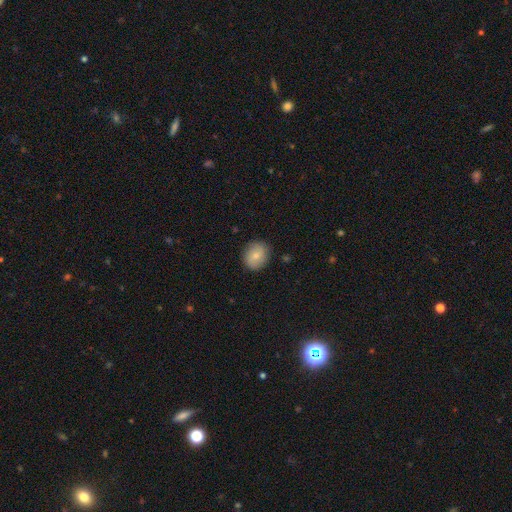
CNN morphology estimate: Smooth or featured? smooth (73%)
How rounded? round (70%)
Merging? none (87%)